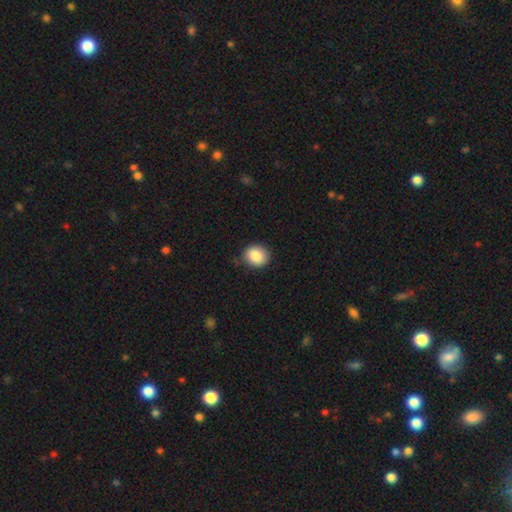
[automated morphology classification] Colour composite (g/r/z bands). It shows a smooth galaxy with no disk features (87%) that is round (76%). Merging: none (80%).